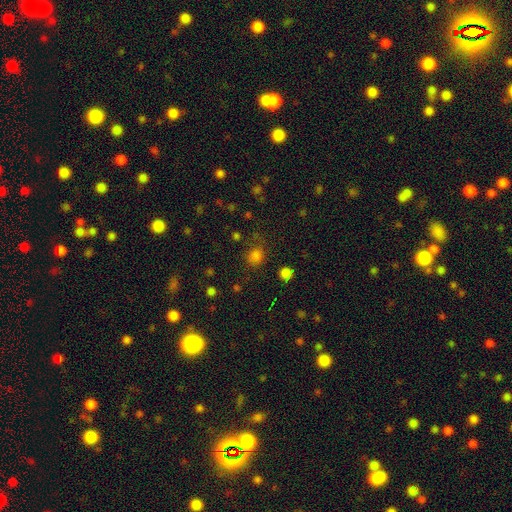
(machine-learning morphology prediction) Smooth or featured? Predicted: smooth (p=0.76). How rounded? Predicted: round (p=0.77). Merging? Predicted: none (p=0.73).